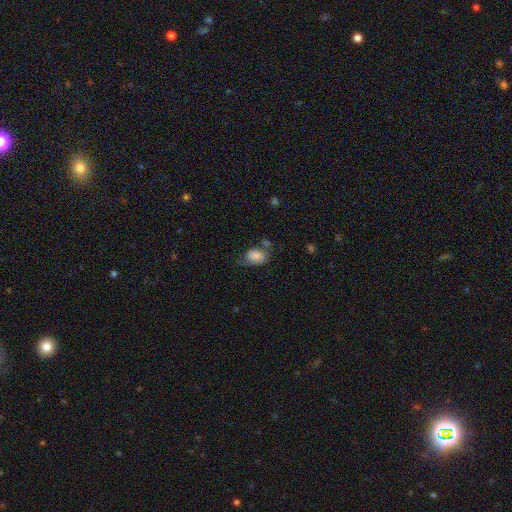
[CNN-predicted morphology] smooth 78%, featured or disk 14%, star or artifact 8%. Down the decision tree: how rounded — in between (82%); merging — none (43%).